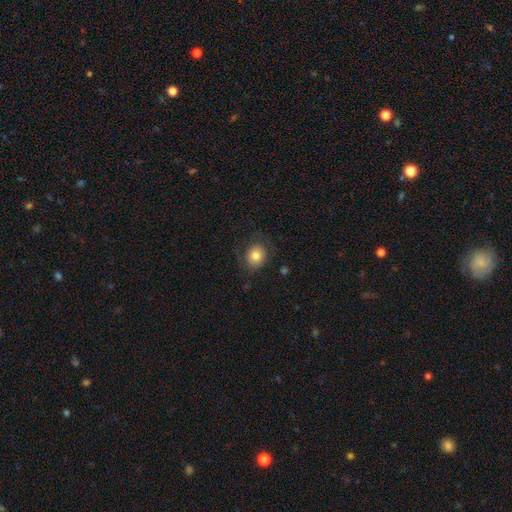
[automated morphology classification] A smooth galaxy with no disk features (78%) that is round (69%). Merging: none (74%).